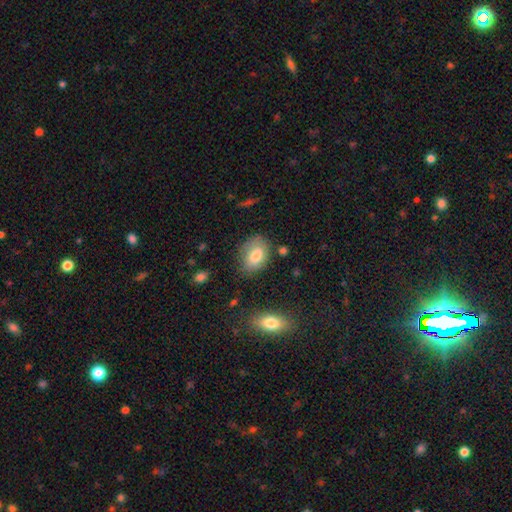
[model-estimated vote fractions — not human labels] This appears to be a smooth galaxy with no disk features (80%) that is in between round and cigar-shaped (81%). Merging: none (69%).